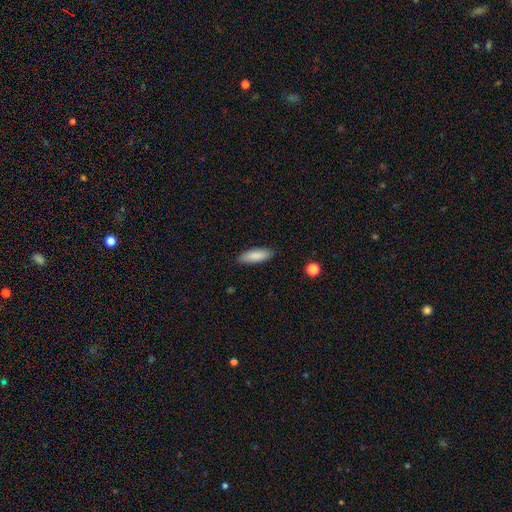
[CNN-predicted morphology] This appears to be a smooth galaxy with no disk features (87%) that is in between round and cigar-shaped (57%). Merging: none (88%).